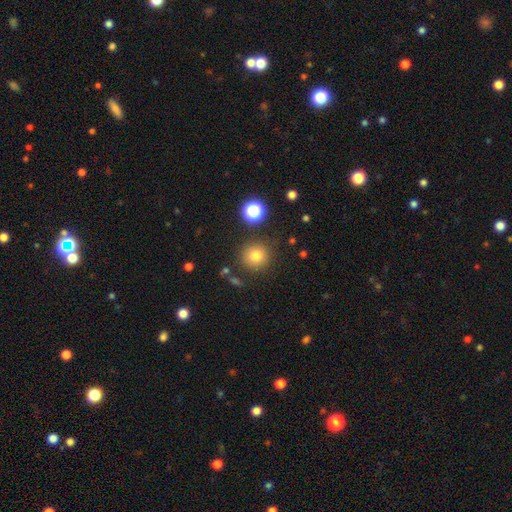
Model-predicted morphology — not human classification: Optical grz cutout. It shows a smooth galaxy with no disk features (79%) that is round (94%). Merging: none (85%).